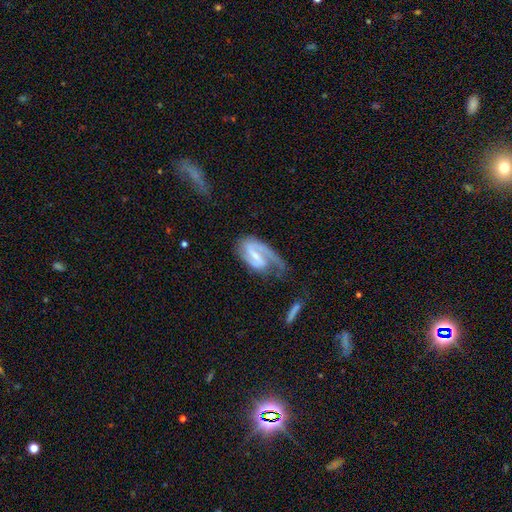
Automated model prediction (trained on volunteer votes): featured or disk 84%, smooth 11%, star or artifact 5%. Down the decision tree: edge-on disk — no (97%); bar — strong (43%, tied with weak); spiral arms — yes (94%); spiral arm count — 2 (57%); spiral winding — medium (48%); bulge size — small (56%); merging — none (39%).